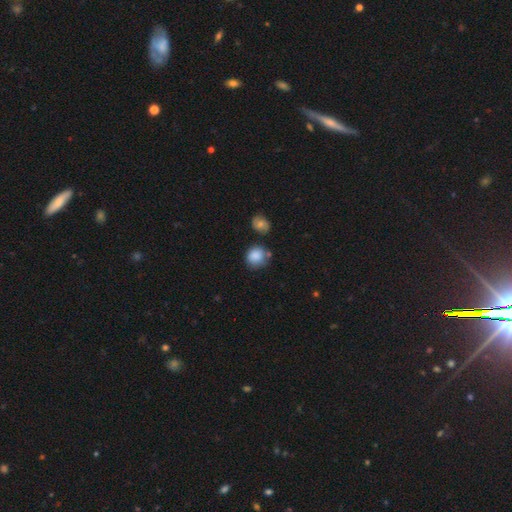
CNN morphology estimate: This is clearly a smooth galaxy (86%). How rounded: likely round (80%). Merging: likely none (66%).